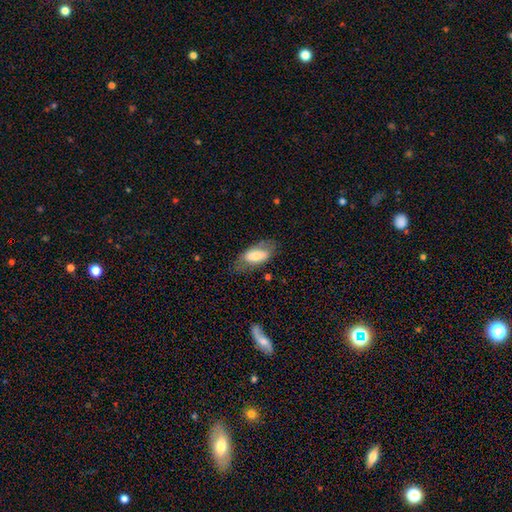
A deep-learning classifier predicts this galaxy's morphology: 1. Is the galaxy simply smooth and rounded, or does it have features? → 64% smooth, 29% featured or disk, 7% star or artifact.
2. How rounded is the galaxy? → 87% in between, 9% cigar-shaped, 3% round.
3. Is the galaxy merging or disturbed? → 65% none, 22% minor disturbance, 11% major disturbance, 2% merger.